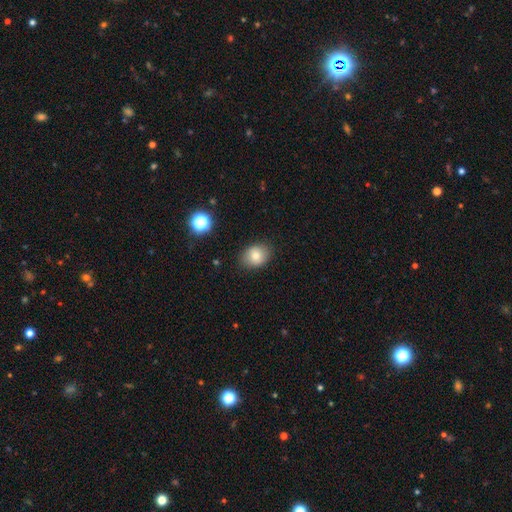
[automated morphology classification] A smooth galaxy with no disk features (80%) that is in between round and cigar-shaped (62%).

Vote fractions:
- Smooth or featured? smooth: 80% / star or artifact: 10% / featured or disk: 10%
- How rounded? in between: 62% / round: 37% / cigar-shaped: 1%
- Merging? none: 84% / minor disturbance: 12% / major disturbance: 3% / merger: 1%